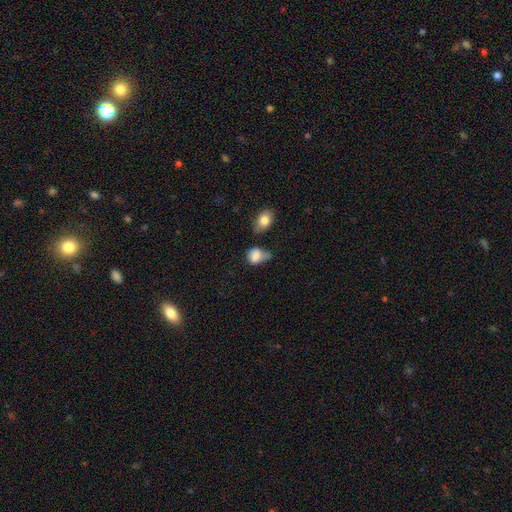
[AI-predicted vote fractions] Smooth or featured? smooth (79%)
How rounded? in between (64%)
Merging? minor disturbance (32%)